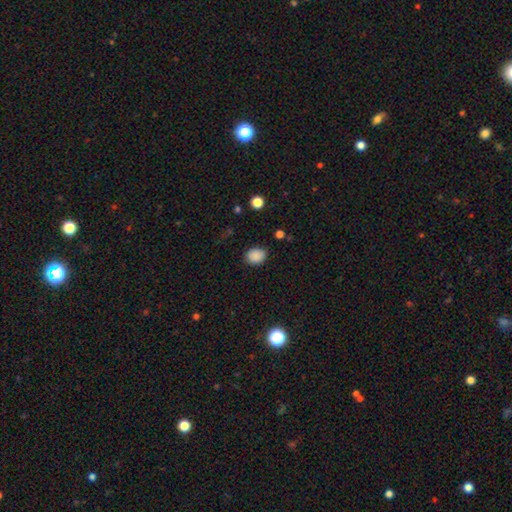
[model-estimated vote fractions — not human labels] Morphology: type=smooth (87%); roundness=in between (52%); merging=none (81%).